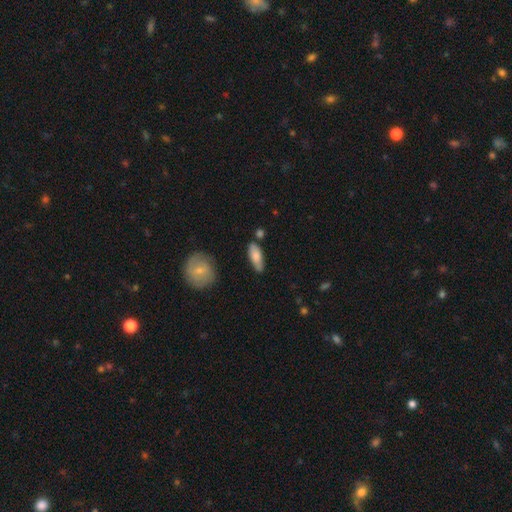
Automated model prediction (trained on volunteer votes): Smooth or featured? smooth (74%)
How rounded? in between (66%)
Merging? none (73%)